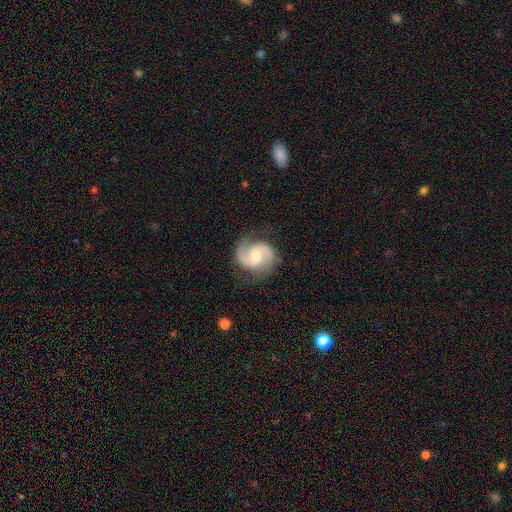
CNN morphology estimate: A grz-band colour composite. It shows a featured or disk galaxy (88%) with no bar (49%), 2 (93%) medium (58%) spiral arms (98%) and a moderate central bulge (55%). Merging: none (80%).